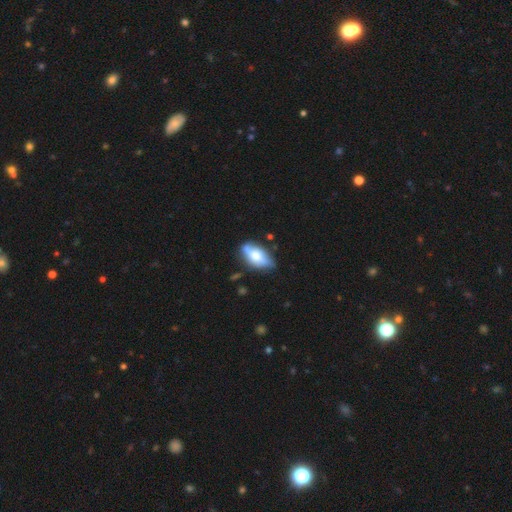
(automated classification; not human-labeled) Smooth or featured?
  - smooth: 50% *
  - featured or disk: 43%
  - star or artifact: 7%
How rounded?
  - in between: 85% *
  - cigar-shaped: 12%
  - round: 4%
Merging?
  - none: 61% *
  - minor disturbance: 27%
  - major disturbance: 7%
  - merger: 6%